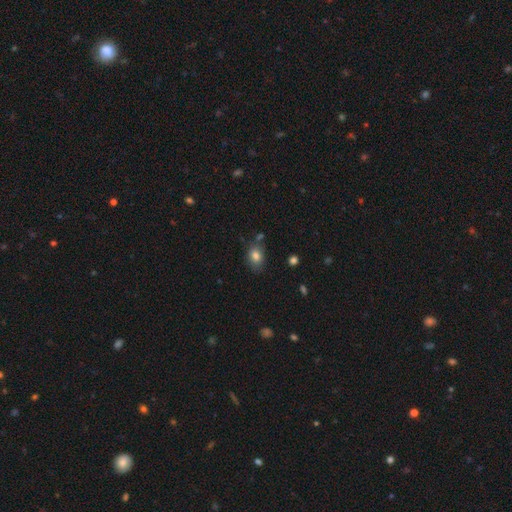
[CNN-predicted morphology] A smooth galaxy with no disk features (80%) that is in between round and cigar-shaped (74%). Merging: none (72%).